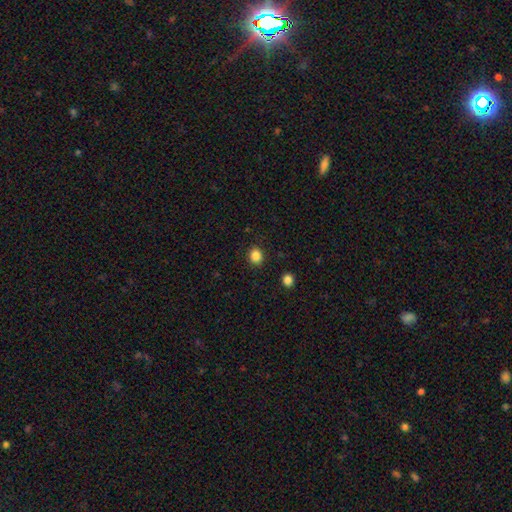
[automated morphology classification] smooth 86%, star or artifact 11%, featured or disk 4%. Down the decision tree: how rounded — round (70%); merging — none (89%).